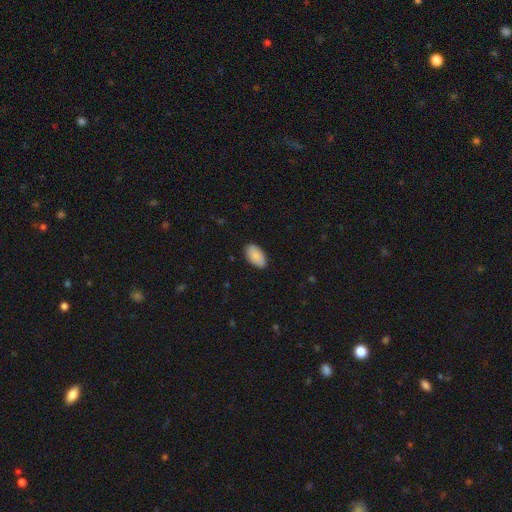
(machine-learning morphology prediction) Smooth or featured? smooth (90%)
How rounded? in between (95%)
Merging? none (87%)